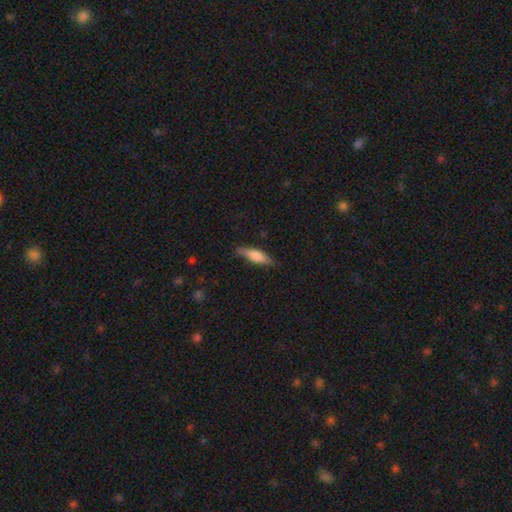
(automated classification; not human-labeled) smooth-or-featured: smooth: 71% | featured or disk: 23% | star or artifact: 6%
  how-rounded: cigar-shaped: 63% | in between: 35% | round: 2%
  merging: none: 78% | minor disturbance: 17% | major disturbance: 3% | merger: 1%